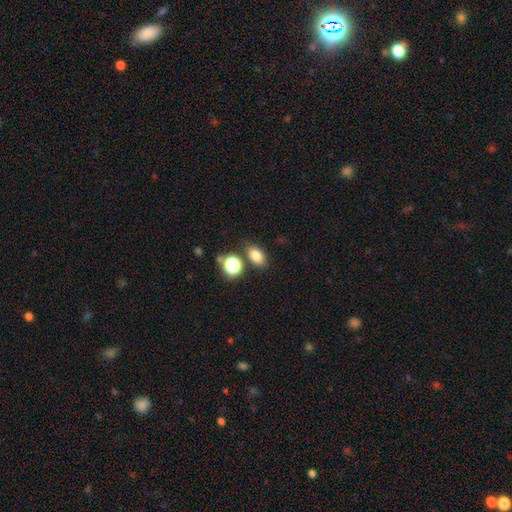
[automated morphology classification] This is likely a smooth galaxy (79%). How rounded: likely in between (77%). Merging: likely none (76%).